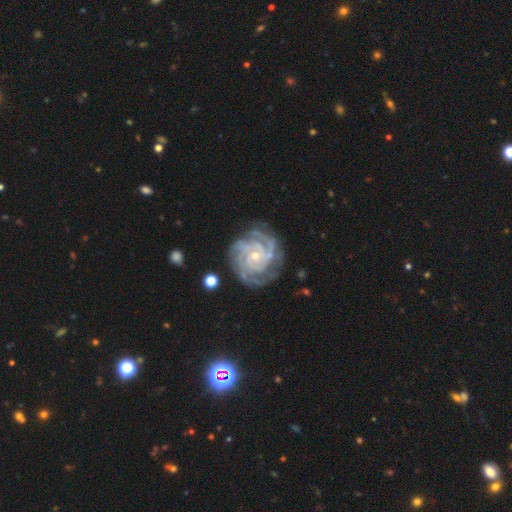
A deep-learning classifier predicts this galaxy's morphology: Overall: featured or disk (92%). Edge-on disk: no (98%). Bar: no (72%). Spiral arms: yes (98%). Spiral arm count: 4 (31%; 3 25%). Spiral winding: tight (77%). Bulge size: small (71%). Merging: none (77%).